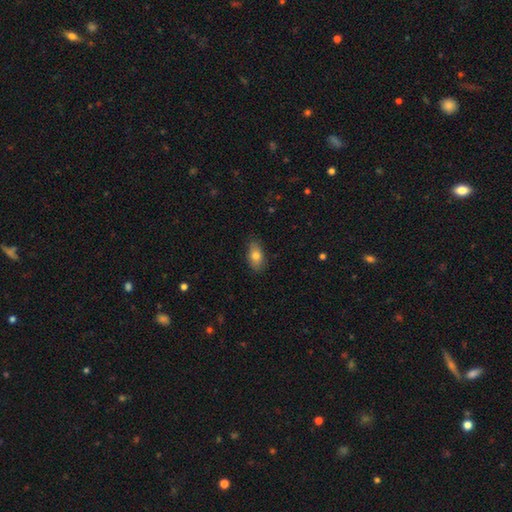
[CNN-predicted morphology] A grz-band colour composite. It shows a smooth galaxy with no disk features (78%) that is in between round and cigar-shaped (89%). Merging: none (83%).